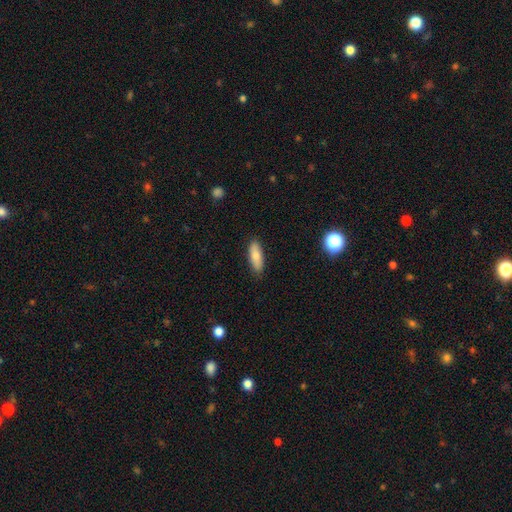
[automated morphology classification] The model was most divided on "how rounded": in between: 61%, cigar-shaped: 37%, round: 2%. More confident: merging — none (86%); smooth or featured — smooth (79%).